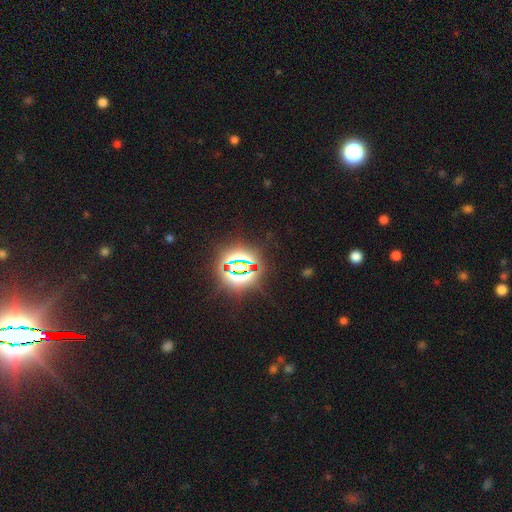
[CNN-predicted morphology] A star or artifact, not a galaxy (83%).

Vote fractions:
- Smooth or featured? star or artifact: 83% / smooth: 11% / featured or disk: 7%